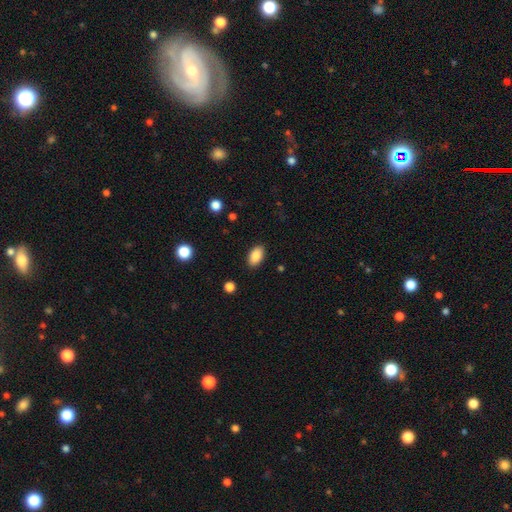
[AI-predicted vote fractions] smooth_or_featured: smooth (p=0.88) [alt: star or artifact p=0.08]
how_rounded: in between (p=0.93) [alt: round p=0.05]
merging: none (p=0.88) [alt: minor disturbance p=0.09]